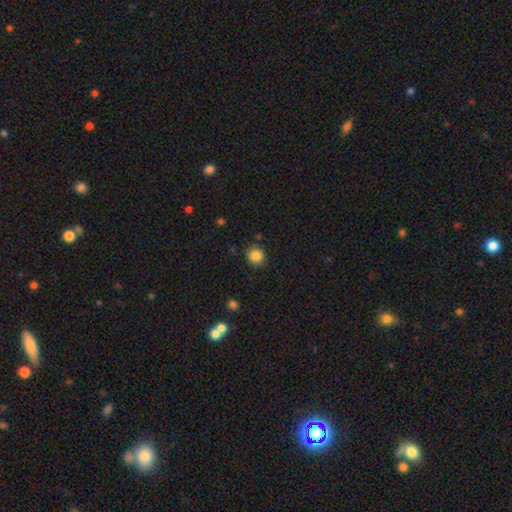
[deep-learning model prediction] Q: Smooth or featured?
A: smooth (86%); runner-up: star or artifact (10%)
Q: How rounded?
A: round (83%); runner-up: in between (16%)
Q: Merging?
A: none (85%); runner-up: minor disturbance (10%)